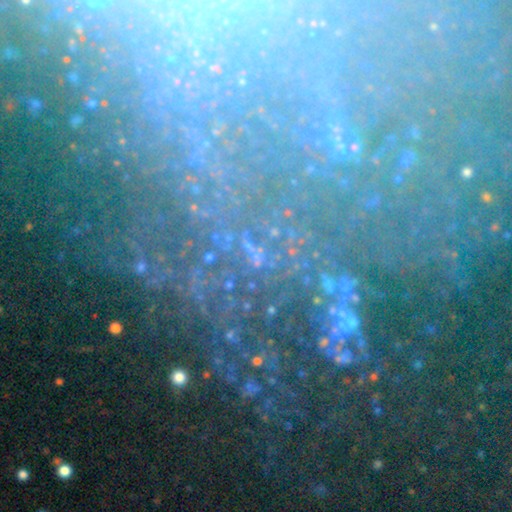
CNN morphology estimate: Smooth or featured?
  - star or artifact: 63% *
  - featured or disk: 22%
  - smooth: 14%